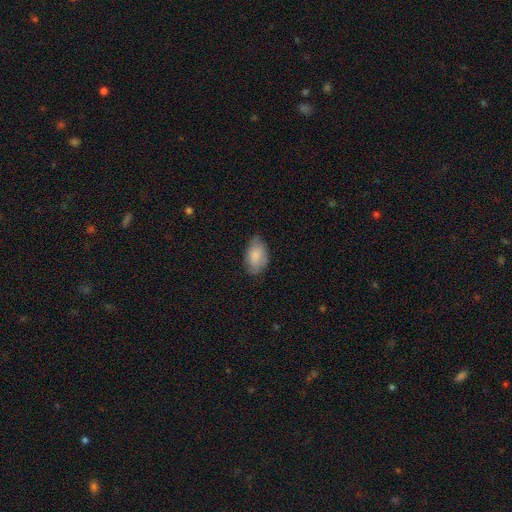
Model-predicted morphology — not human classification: Smooth or featured? Predicted: smooth (p=0.85). How rounded? Predicted: in between (p=0.93). Merging? Predicted: none (p=0.69).